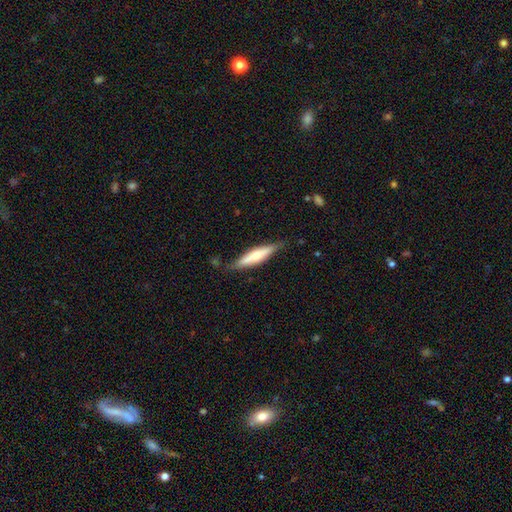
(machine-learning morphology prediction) The model was most divided on "smooth or featured": smooth: 48%, featured or disk: 46%, star or artifact: 6%. More confident: merging — none (80%).